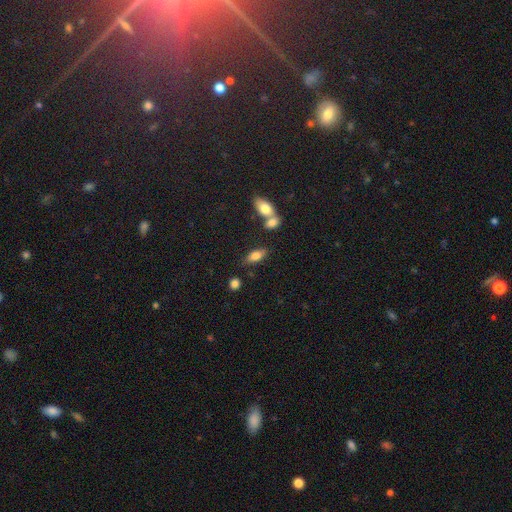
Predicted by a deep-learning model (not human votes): This appears to be a smooth galaxy with no disk features (75%) that is in between round and cigar-shaped (82%). Merging: none (68%).